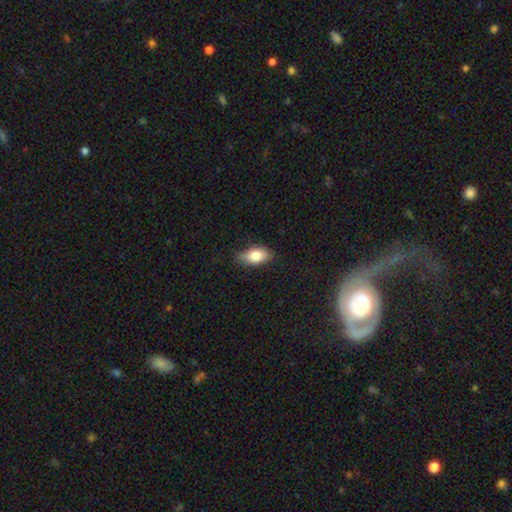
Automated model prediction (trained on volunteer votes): Smooth or featured: smooth — 80% (featured or disk — 13%)
How rounded: in between — 89% (cigar-shaped — 6%)
Merging: none — 78% (minor disturbance — 17%)